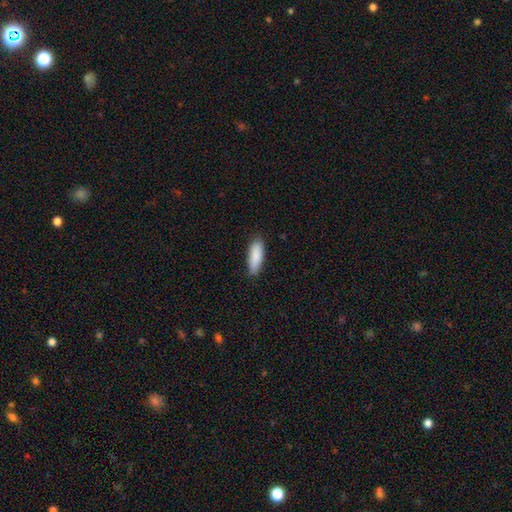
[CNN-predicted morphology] Overall: smooth (88%). How rounded: in between (56%; cigar-shaped 42%). Merging: none (84%).